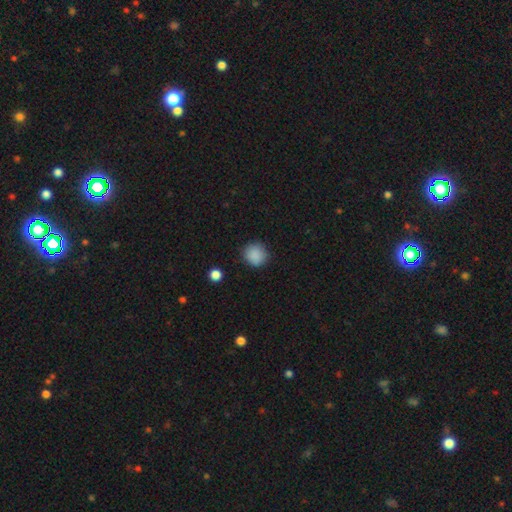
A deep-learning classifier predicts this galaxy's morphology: Smooth or featured?
  - smooth: 87% *
  - star or artifact: 9%
  - featured or disk: 4%
How rounded?
  - round: 89% *
  - in between: 10%
  - cigar-shaped: 1%
Merging?
  - none: 86% *
  - minor disturbance: 10%
  - major disturbance: 3%
  - merger: 1%